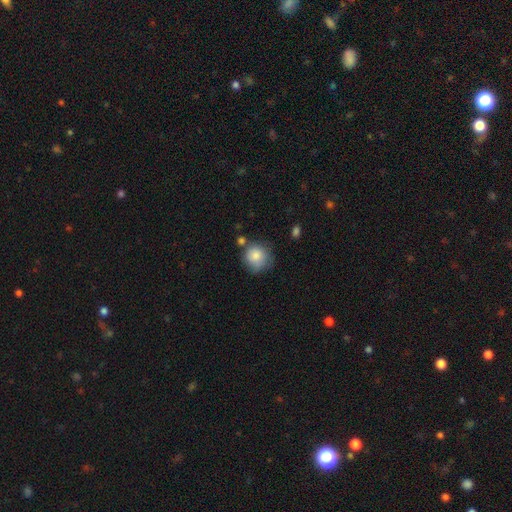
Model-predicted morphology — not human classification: A smooth galaxy with no disk features (83%) that is round (87%).

Vote fractions:
- Smooth or featured? smooth: 83% / featured or disk: 9% / star or artifact: 8%
- How rounded? round: 87% / in between: 12% / cigar-shaped: 1%
- Merging? none: 60% / minor disturbance: 24% / merger: 8% / major disturbance: 7%